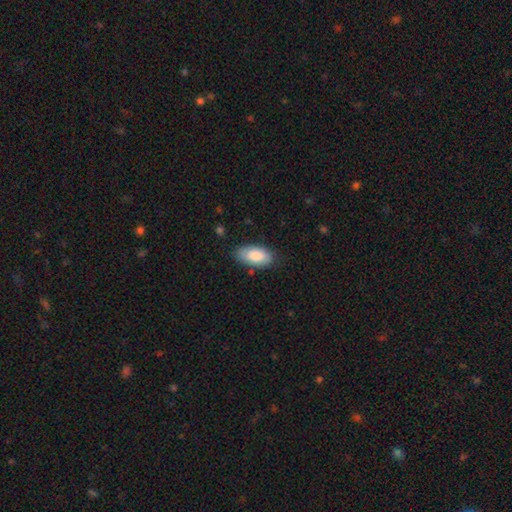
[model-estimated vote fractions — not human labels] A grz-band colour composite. It shows a smooth galaxy with no disk features (85%) that is in between round and cigar-shaped (93%). Merging: none (81%).